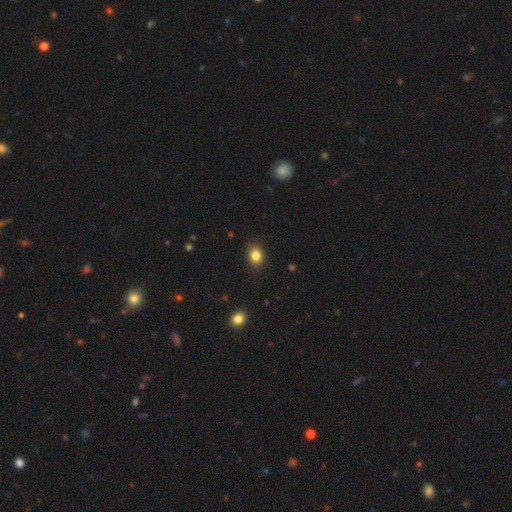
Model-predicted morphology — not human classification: A smooth galaxy with no disk features (85%) that is in between round and cigar-shaped (54%).

Vote fractions:
- Smooth or featured? smooth: 85% / star or artifact: 10% / featured or disk: 5%
- How rounded? in between: 54% / round: 45% / cigar-shaped: 1%
- Merging? none: 88% / minor disturbance: 9% / major disturbance: 2% / merger: 1%